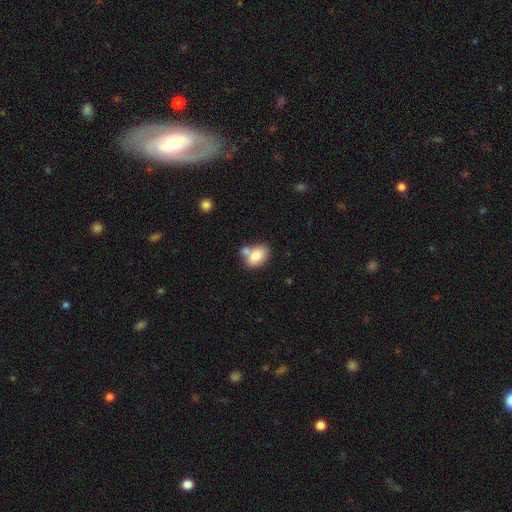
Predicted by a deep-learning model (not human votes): Overall: smooth (78%). How rounded: in between (80%). Merging: none (41%; merger 39%).